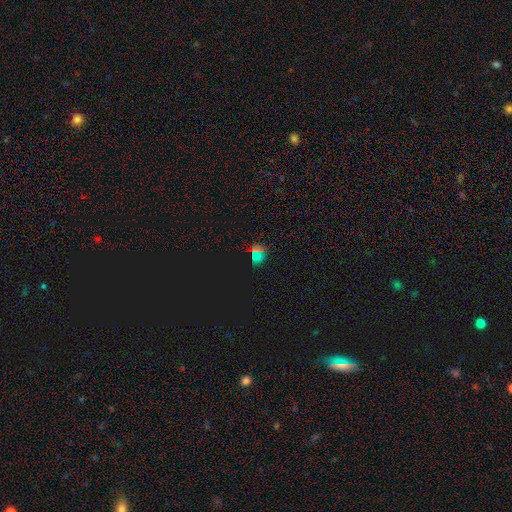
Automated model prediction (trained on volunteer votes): Overall: star or artifact (58%; smooth 35%).